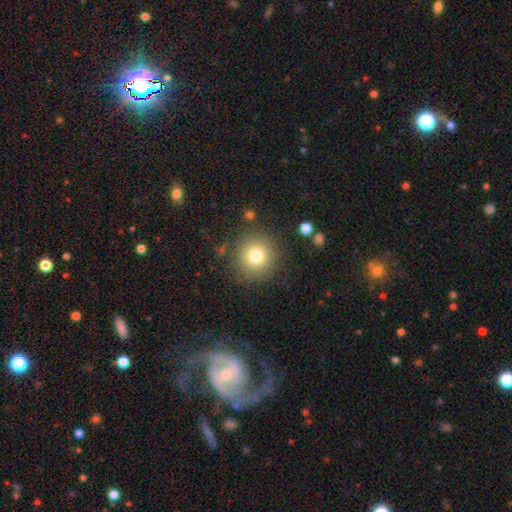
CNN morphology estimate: Smooth or featured: smooth — 78% (star or artifact — 12%)
How rounded: round — 94% (in between — 5%)
Merging: none — 85% (minor disturbance — 8%)